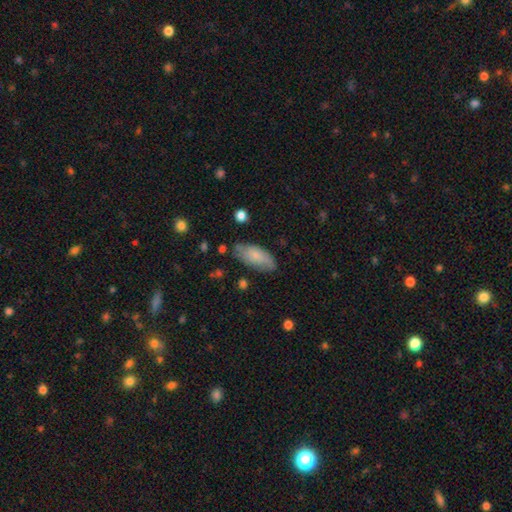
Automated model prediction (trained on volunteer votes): Smooth or featured? Predicted: smooth (p=0.72). How rounded? Predicted: in between (p=0.85). Merging? Predicted: none (p=0.72).